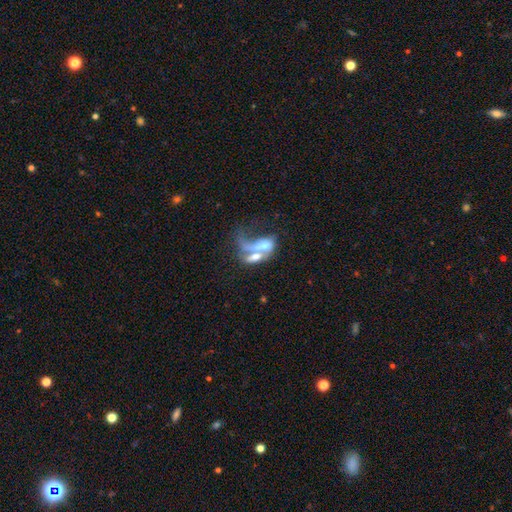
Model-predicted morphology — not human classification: Smooth or featured: featured or disk — 46% (smooth — 43%)
Merging: merger — 63% (major disturbance — 20%)